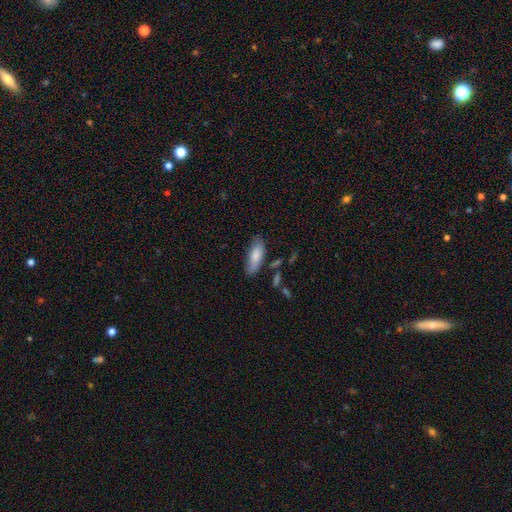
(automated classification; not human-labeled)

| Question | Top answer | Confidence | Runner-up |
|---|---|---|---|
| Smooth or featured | smooth | 81% | featured or disk (13%) |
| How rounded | in between | 71% | cigar-shaped (27%) |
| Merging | none | 73% | minor disturbance (19%) |